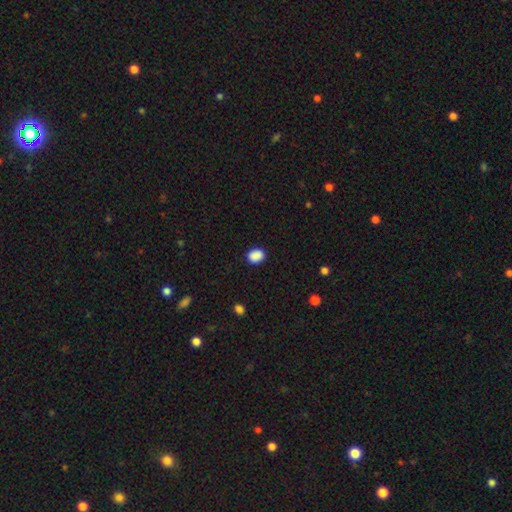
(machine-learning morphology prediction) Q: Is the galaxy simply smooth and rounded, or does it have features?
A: smooth — 89%.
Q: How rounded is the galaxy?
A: in between — 53%.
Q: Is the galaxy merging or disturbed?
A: none — 89%.